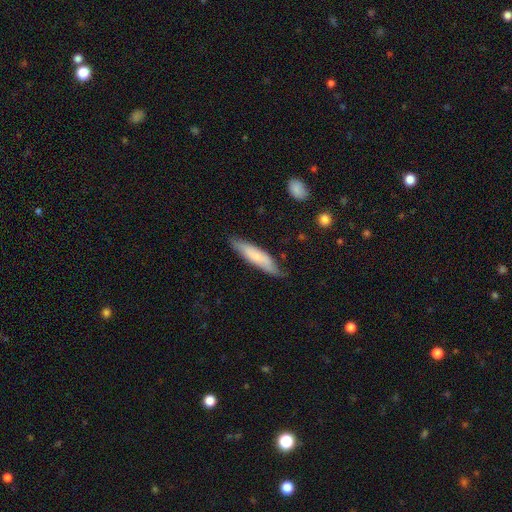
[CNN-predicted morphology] Q: Smooth or featured?
A: smooth (67%); runner-up: featured or disk (27%)
Q: How rounded?
A: cigar-shaped (81%); runner-up: in between (18%)
Q: Merging?
A: none (78%); runner-up: minor disturbance (18%)